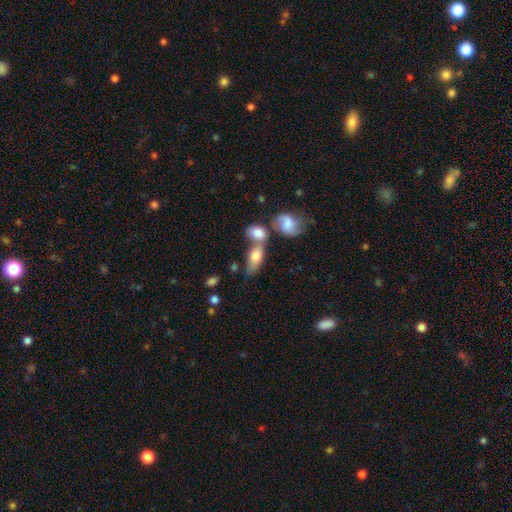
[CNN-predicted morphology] This appears to be a smooth galaxy with no disk features (73%) that is in between round and cigar-shaped (82%). Merging: merger (47%).